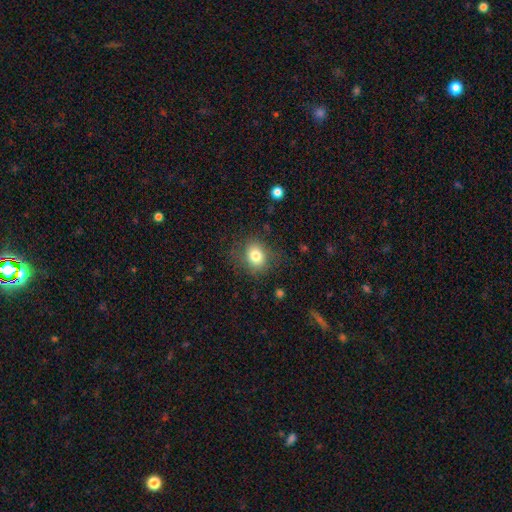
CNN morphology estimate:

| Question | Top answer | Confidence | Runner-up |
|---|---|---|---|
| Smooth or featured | smooth | 80% | star or artifact (11%) |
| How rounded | round | 62% | in between (37%) |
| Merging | none | 77% | minor disturbance (15%) |